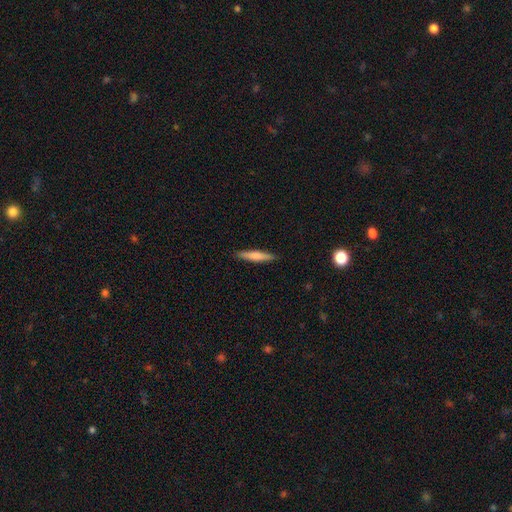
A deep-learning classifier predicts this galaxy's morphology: Q: Smooth or featured?
A: smooth (67%); runner-up: featured or disk (28%)
Q: How rounded?
A: cigar-shaped (91%); runner-up: in between (8%)
Q: Merging?
A: none (91%); runner-up: minor disturbance (7%)